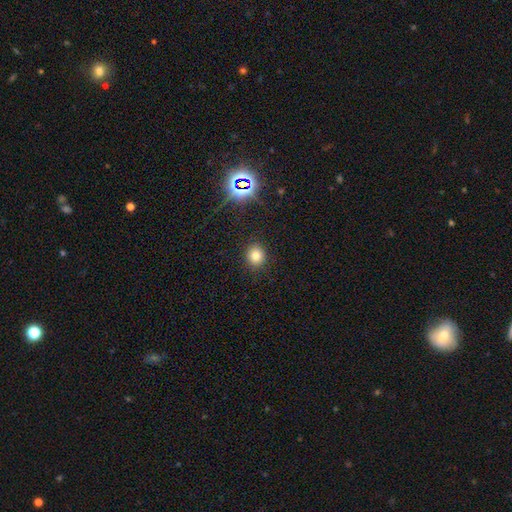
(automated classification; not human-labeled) smooth_or_featured: smooth (p=0.77) [alt: star or artifact p=0.17]
how_rounded: round (p=0.77) [alt: in between p=0.22]
merging: none (p=0.89) [alt: minor disturbance p=0.07]